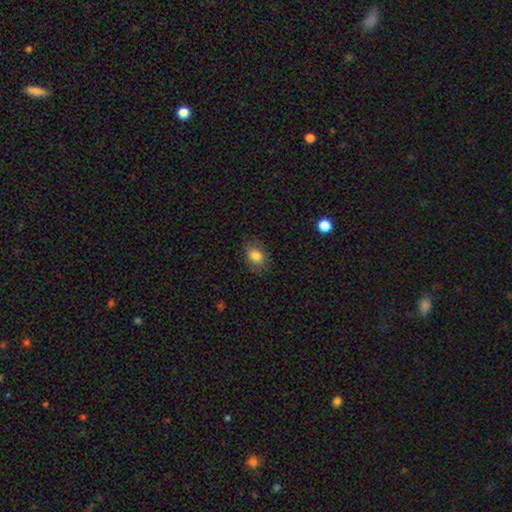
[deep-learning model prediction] smooth_or_featured: smooth (p=0.82) [alt: star or artifact p=0.09]
how_rounded: in between (p=0.71) [alt: round p=0.28]
merging: none (p=0.82) [alt: minor disturbance p=0.13]